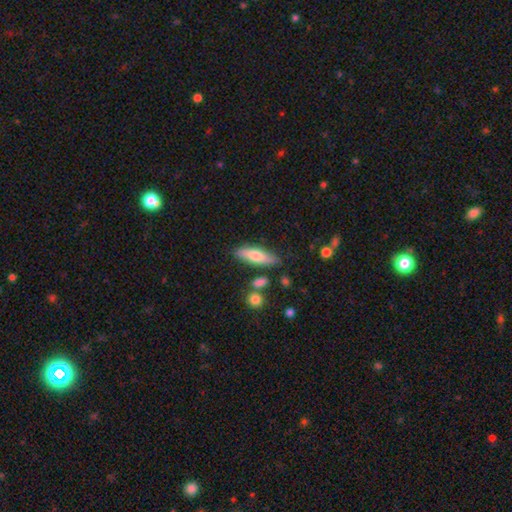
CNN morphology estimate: A smooth galaxy with no disk features (66%) that is cigar-shaped (57%).

Vote fractions:
- Smooth or featured? smooth: 66% / featured or disk: 27% / star or artifact: 6%
- How rounded? cigar-shaped: 57% / in between: 41% / round: 2%
- Merging? none: 80% / minor disturbance: 13% / merger: 5% / major disturbance: 3%